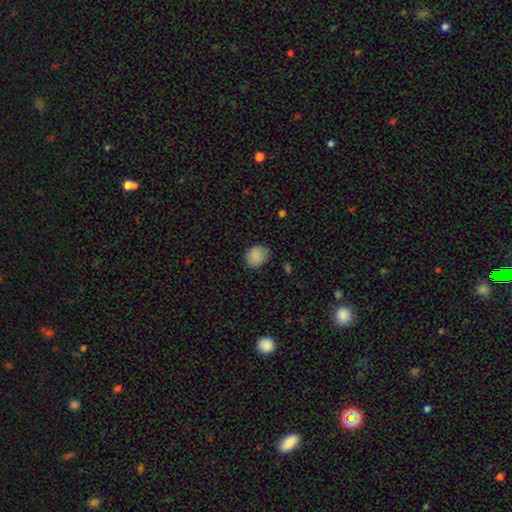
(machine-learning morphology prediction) smooth_or_featured: smooth (p=0.87) [alt: star or artifact p=0.08]
how_rounded: round (p=0.62) [alt: in between p=0.37]
merging: none (p=0.76) [alt: minor disturbance p=0.19]